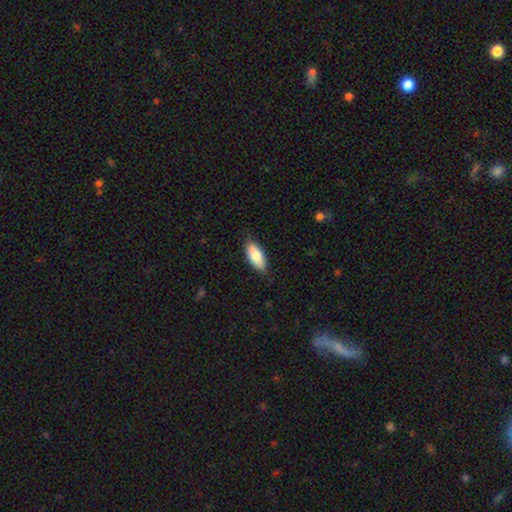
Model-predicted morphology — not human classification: smooth 82%, featured or disk 12%, star or artifact 6%. Down the decision tree: how rounded — in between (85%); merging — none (84%).